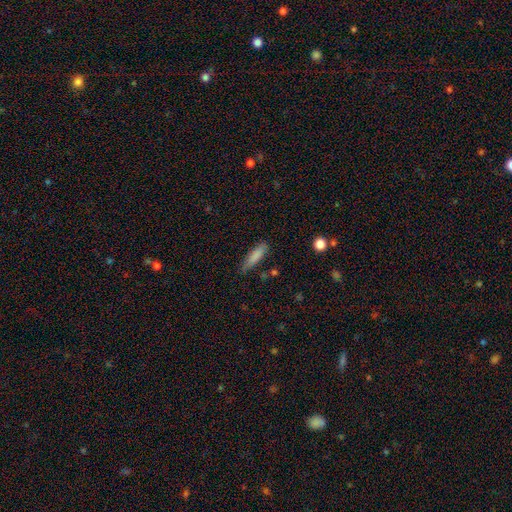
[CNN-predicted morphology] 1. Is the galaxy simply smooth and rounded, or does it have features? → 82% smooth, 12% featured or disk, 7% star or artifact.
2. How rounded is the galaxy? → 64% cigar-shaped, 34% in between, 2% round.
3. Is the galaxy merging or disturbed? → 69% none, 24% minor disturbance, 5% major disturbance, 2% merger.